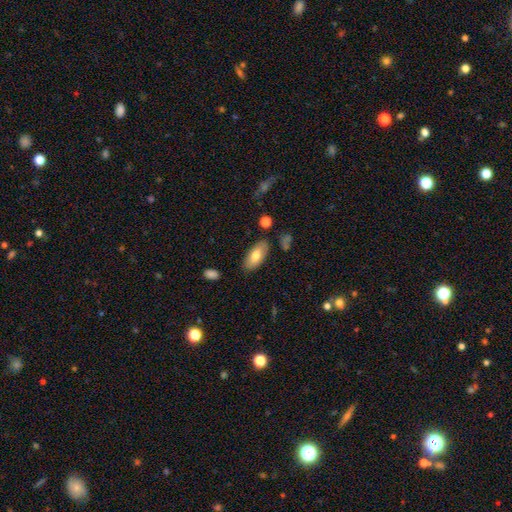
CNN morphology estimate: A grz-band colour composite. It shows a smooth galaxy with no disk features (73%) that is in between round and cigar-shaped (90%). Merging: none (83%).